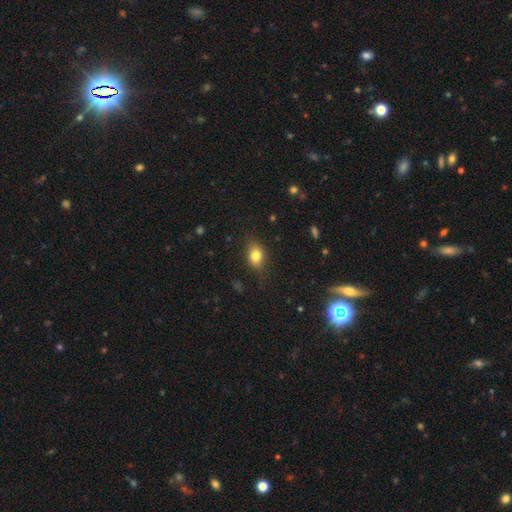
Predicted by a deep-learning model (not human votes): This appears to be a smooth galaxy with no disk features (81%) that is in between round and cigar-shaped (73%). Merging: none (81%).